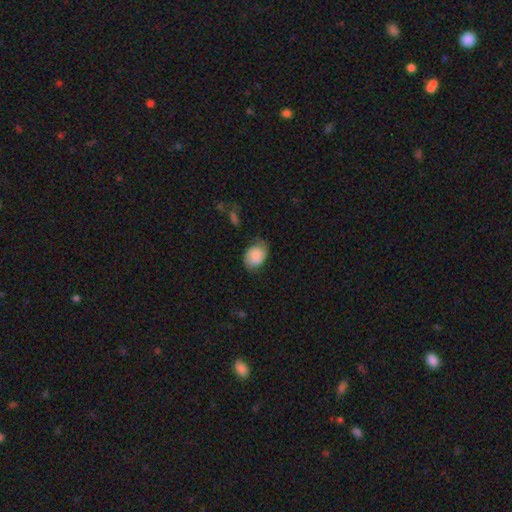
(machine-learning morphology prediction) Q: Smooth or featured?
A: smooth (73%); runner-up: featured or disk (20%)
Q: How rounded?
A: in between (69%); runner-up: round (30%)
Q: Merging?
A: none (55%); runner-up: minor disturbance (31%)